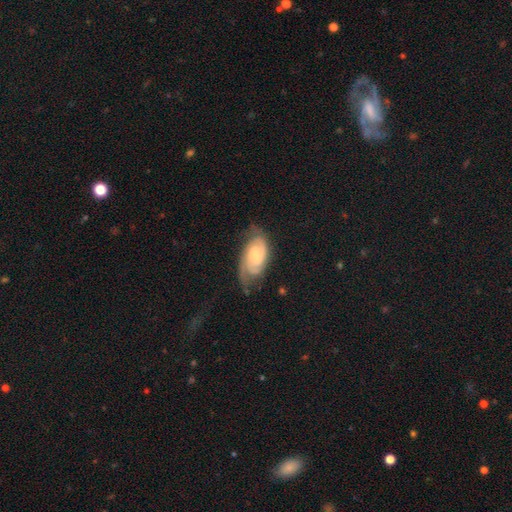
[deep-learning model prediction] Overall: featured or disk (79%). Edge-on disk: no (96%). Bar: weak (54%; no 31%). Spiral arms: yes (95%). Spiral arm count: 2 (66%). Spiral winding: tight (51%; medium 38%). Bulge size: small (52%; moderate 39%). Merging: none (64%; minor disturbance 24%).